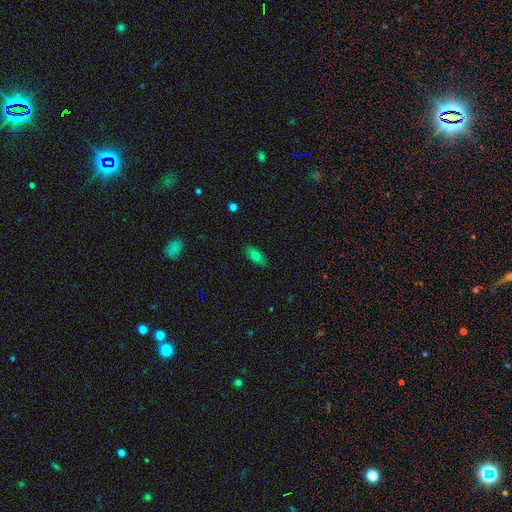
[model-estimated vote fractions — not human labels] Q: Smooth or featured?
A: smooth (72%); runner-up: featured or disk (18%)
Q: How rounded?
A: in between (78%); runner-up: cigar-shaped (18%)
Q: Merging?
A: none (86%); runner-up: minor disturbance (10%)